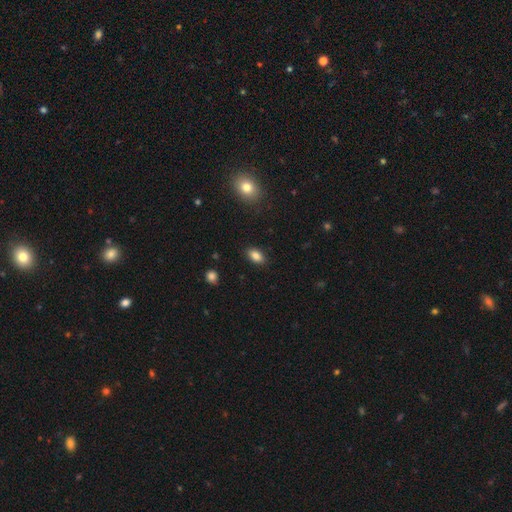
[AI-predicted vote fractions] Smooth or featured: smooth — 86% (star or artifact — 9%)
How rounded: in between — 89% (round — 7%)
Merging: none — 88% (minor disturbance — 9%)